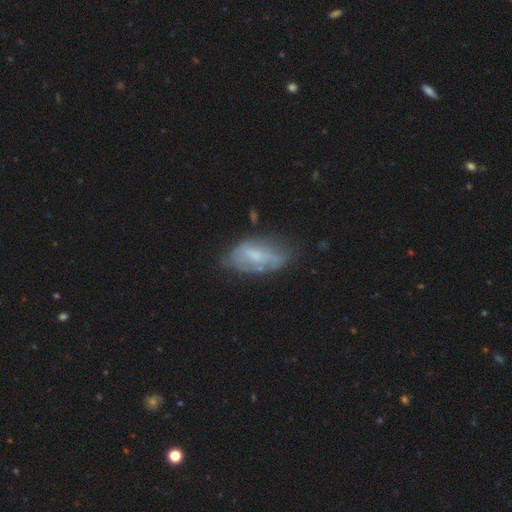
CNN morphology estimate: Smooth or featured? Predicted: featured or disk (p=0.53). Edge-on disk? Predicted: no (p=0.91). Merging? Predicted: none (p=0.51).